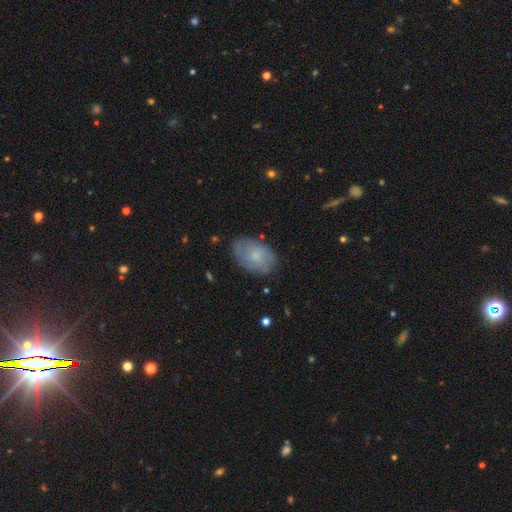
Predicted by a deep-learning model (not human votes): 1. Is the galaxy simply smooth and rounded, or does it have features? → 62% smooth, 31% featured or disk, 7% star or artifact.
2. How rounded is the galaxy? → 88% in between, 10% round, 1% cigar-shaped.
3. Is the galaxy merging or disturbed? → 73% none, 20% minor disturbance, 5% major disturbance, 1% merger.